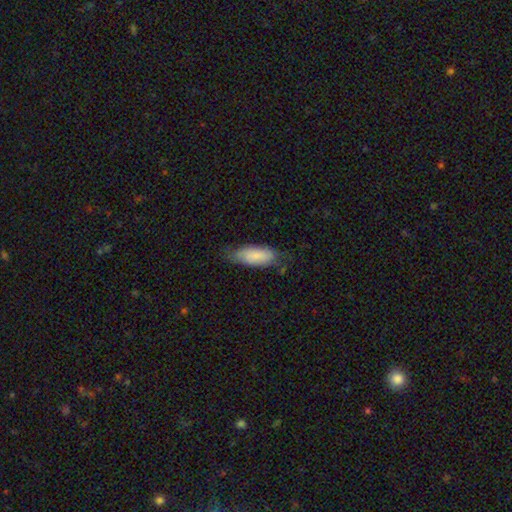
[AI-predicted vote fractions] Overall: smooth (78%). How rounded: in between (81%). Merging: none (61%; minor disturbance 30%).